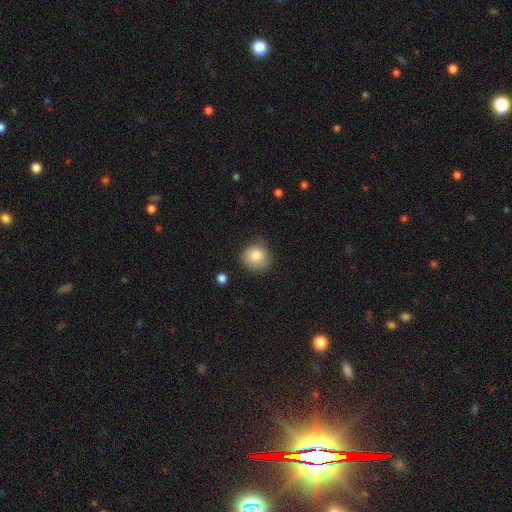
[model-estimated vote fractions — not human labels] Smooth or featured: smooth — 84% (star or artifact — 8%)
How rounded: round — 84% (in between — 16%)
Merging: none — 70% (minor disturbance — 23%)